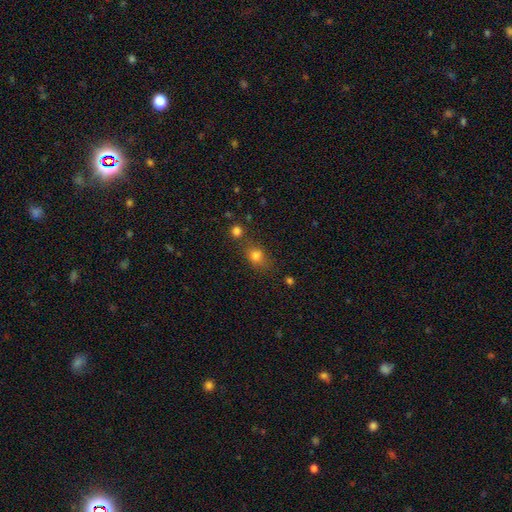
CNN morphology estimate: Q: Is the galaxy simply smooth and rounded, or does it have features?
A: smooth — 76%.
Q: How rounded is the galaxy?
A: in between — 49%.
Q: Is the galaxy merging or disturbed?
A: none — 62%.